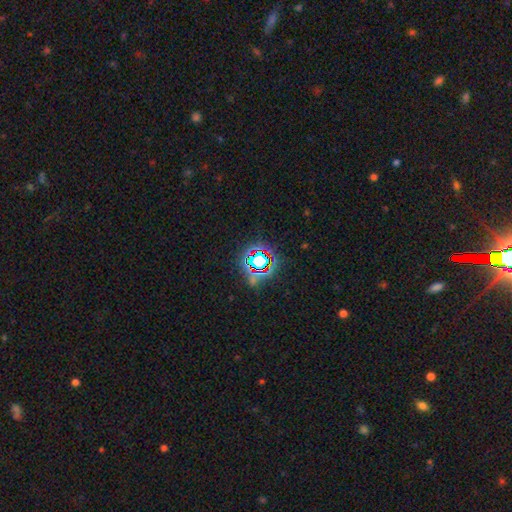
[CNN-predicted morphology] A star or artifact, not a galaxy (72%).